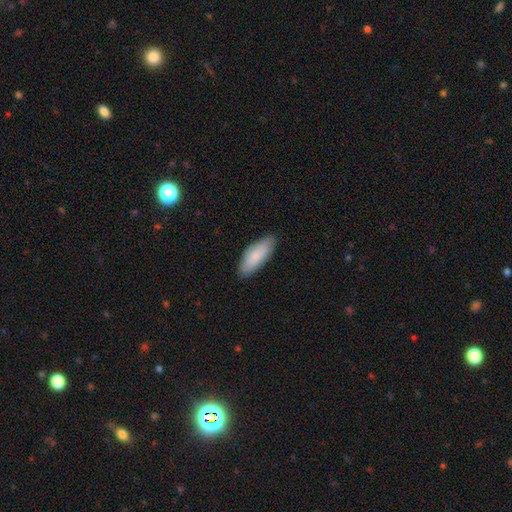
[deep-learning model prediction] A smooth galaxy with no disk features (84%) that is in between round and cigar-shaped (74%).

Vote fractions:
- Smooth or featured? smooth: 84% / featured or disk: 10% / star or artifact: 5%
- How rounded? in between: 74% / cigar-shaped: 25% / round: 2%
- Merging? none: 86% / minor disturbance: 11% / major disturbance: 2% / merger: 1%